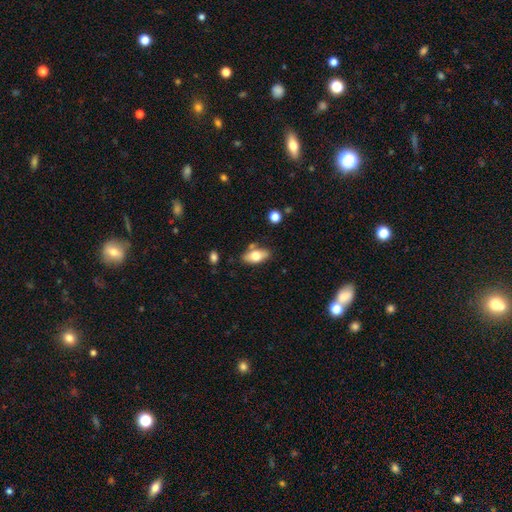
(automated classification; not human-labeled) Smooth or featured? Predicted: smooth (p=0.71). How rounded? Predicted: in between (p=0.89). Merging? Predicted: none (p=0.71).